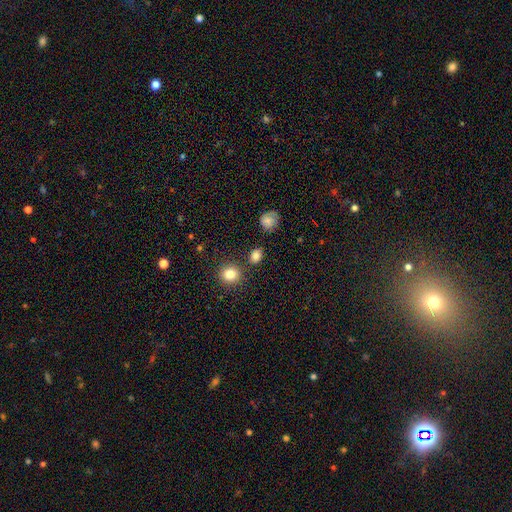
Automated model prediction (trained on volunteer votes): This is clearly a smooth galaxy (82%). How rounded: possibly in between (54%). Merging: clearly none (82%).